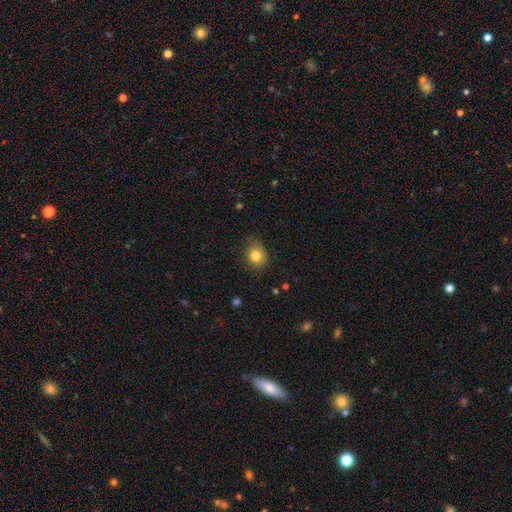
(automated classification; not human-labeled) Morphology: type=smooth (81%); roundness=round (54%); merging=none (75%).